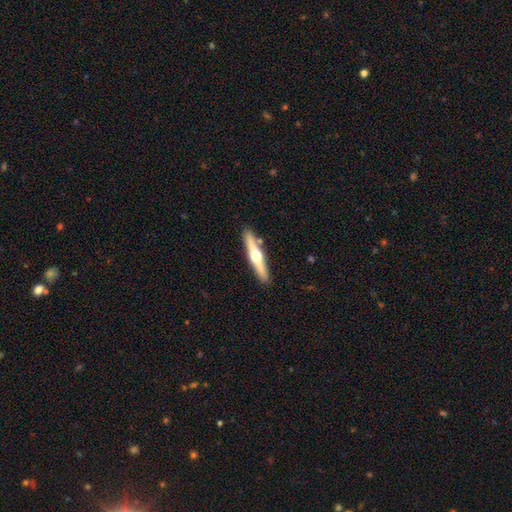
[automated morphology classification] A featured or disk galaxy (69%) viewed edge-on (97%) with a rounded central bulge (96%). Merging: none (87%).